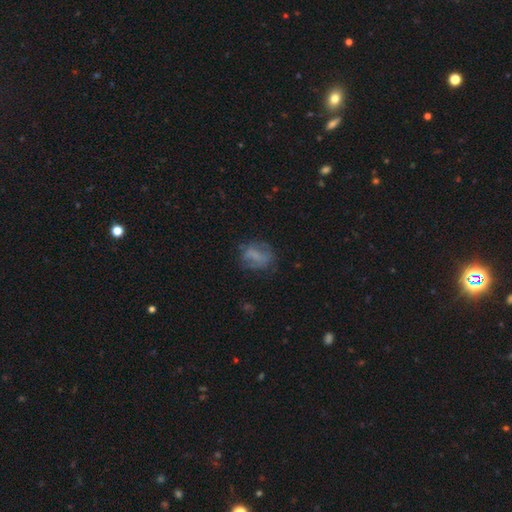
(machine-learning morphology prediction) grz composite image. It shows a smooth galaxy with no disk features (53%) that is in between round and cigar-shaped (52%). Merging: none (59%).